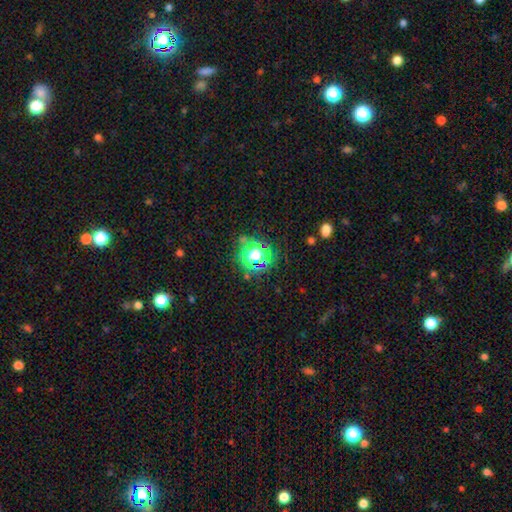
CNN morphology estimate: star or artifact 58%, smooth 31%, featured or disk 11%.